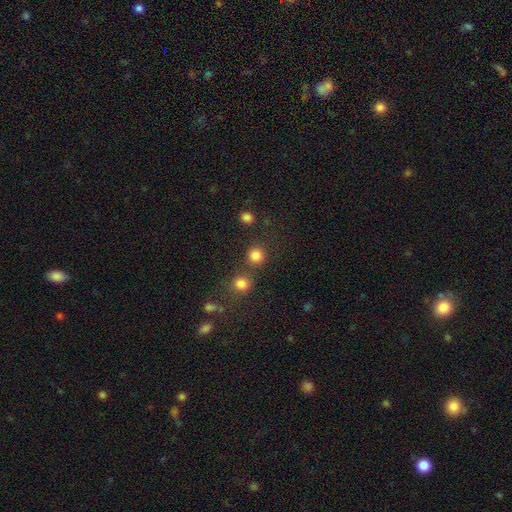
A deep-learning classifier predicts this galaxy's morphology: The model was most divided on "merging": none: 71%, merger: 17%, minor disturbance: 8%, major disturbance: 4%. More confident: how rounded — round (90%); smooth or featured — smooth (82%).